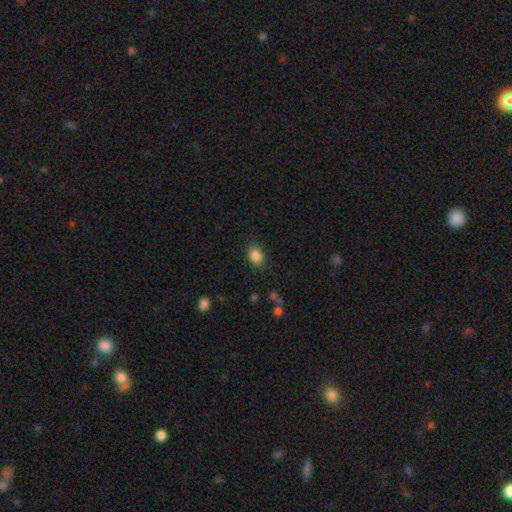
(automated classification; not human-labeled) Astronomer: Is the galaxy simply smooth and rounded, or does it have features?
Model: smooth — 86%.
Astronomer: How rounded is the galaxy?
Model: in between — 70%.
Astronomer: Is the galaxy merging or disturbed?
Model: none — 86%.